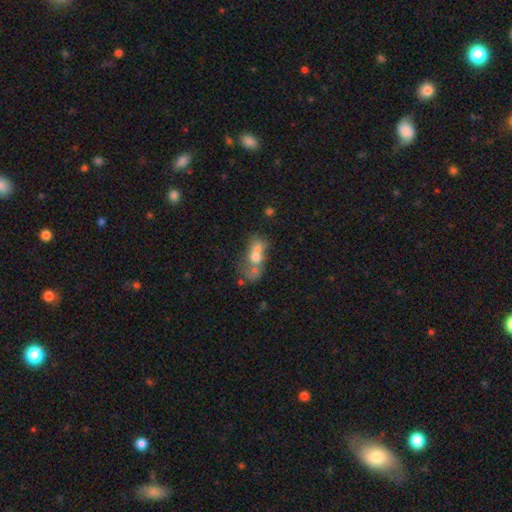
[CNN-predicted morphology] smooth-or-featured: smooth: 55% | featured or disk: 31% | star or artifact: 13%
  how-rounded: in between: 61% | round: 34% | cigar-shaped: 5%
  merging: merger: 66% | none: 17% | major disturbance: 10% | minor disturbance: 8%